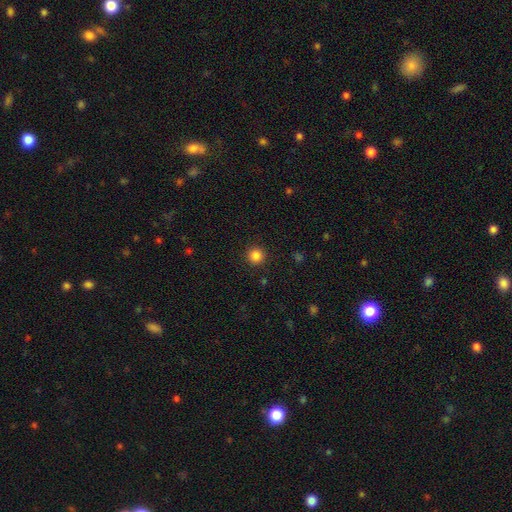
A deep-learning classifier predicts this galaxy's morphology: smooth-or-featured: smooth: 85% | star or artifact: 12% | featured or disk: 3%
  how-rounded: round: 95% | in between: 4% | cigar-shaped: 1%
  merging: none: 92% | minor disturbance: 5% | major disturbance: 2% | merger: 1%